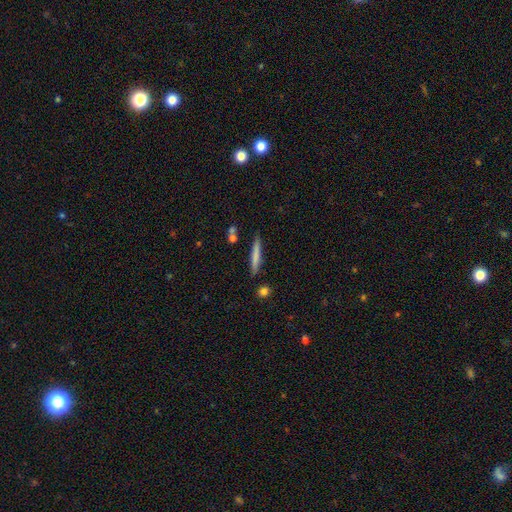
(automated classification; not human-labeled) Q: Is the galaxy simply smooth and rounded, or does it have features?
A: smooth — 71%.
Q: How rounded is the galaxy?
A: cigar-shaped — 94%.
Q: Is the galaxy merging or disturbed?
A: none — 85%.